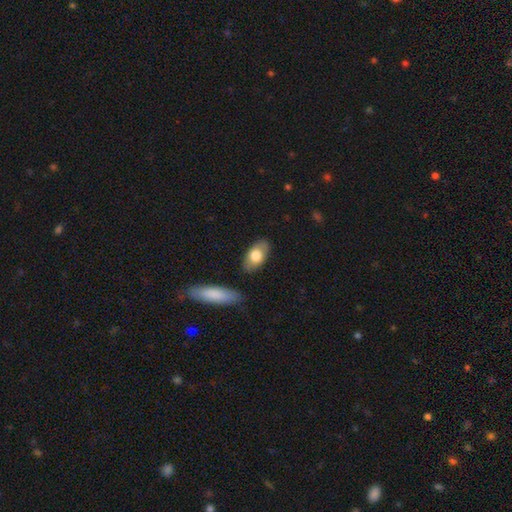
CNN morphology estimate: smooth-or-featured: smooth: 73% | featured or disk: 21% | star or artifact: 6%
  how-rounded: in between: 92% | round: 5% | cigar-shaped: 4%
  merging: none: 84% | minor disturbance: 11% | merger: 3% | major disturbance: 2%